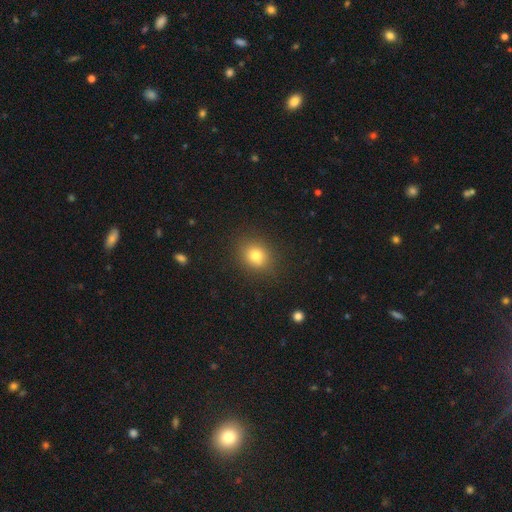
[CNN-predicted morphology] Smooth or featured? Predicted: smooth (p=0.78). How rounded? Predicted: round (p=0.66). Merging? Predicted: none (p=0.83).